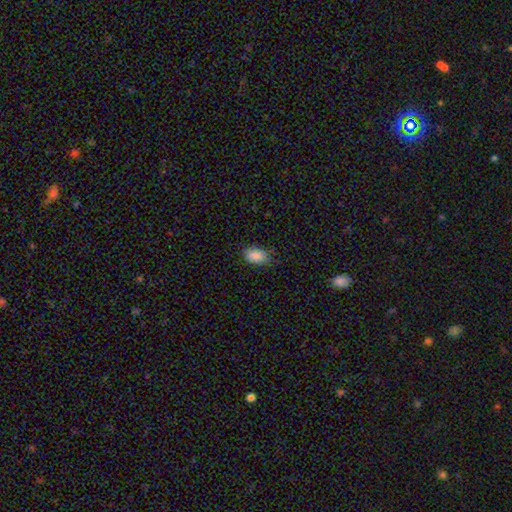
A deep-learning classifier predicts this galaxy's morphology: Smooth or featured? smooth (88%)
How rounded? in between (91%)
Merging? none (74%)